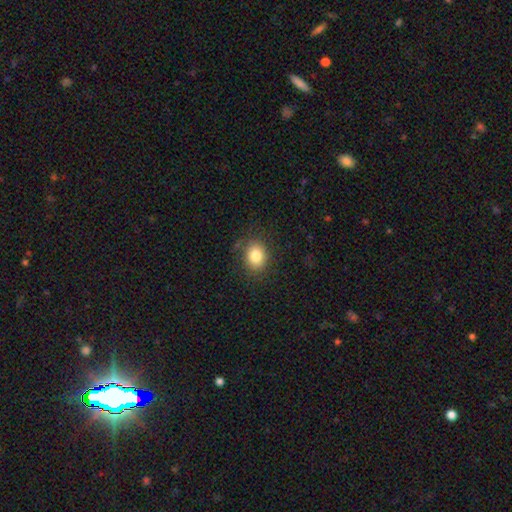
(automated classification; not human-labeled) A smooth galaxy with no disk features (83%) that is round (50%). Merging: none (82%).